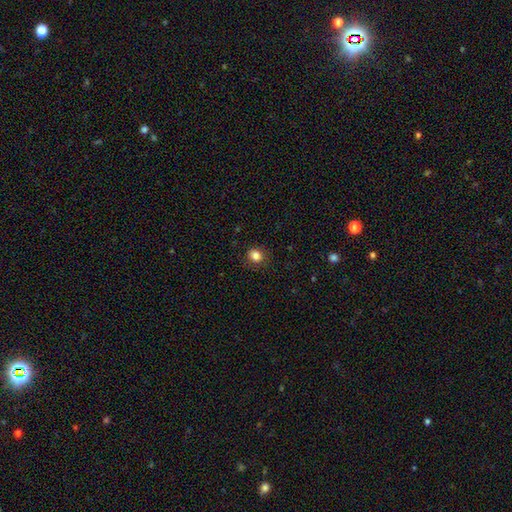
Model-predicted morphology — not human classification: smooth_or_featured: smooth (p=0.84) [alt: star or artifact p=0.11]
how_rounded: round (p=0.77) [alt: in between p=0.22]
merging: none (p=0.87) [alt: minor disturbance p=0.10]